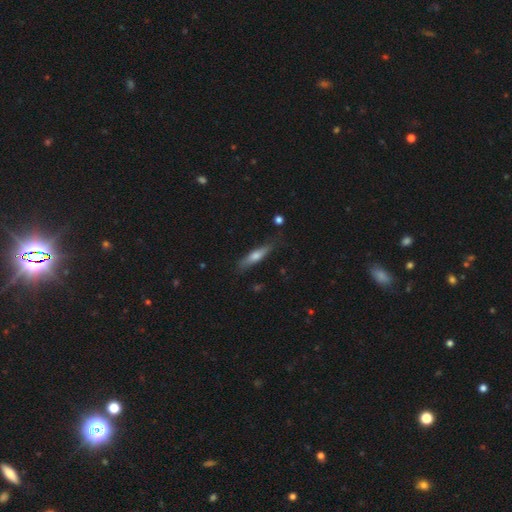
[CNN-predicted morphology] smooth 56%, featured or disk 38%, star or artifact 6%. Down the decision tree: how rounded — cigar-shaped (80%); merging — none (80%).